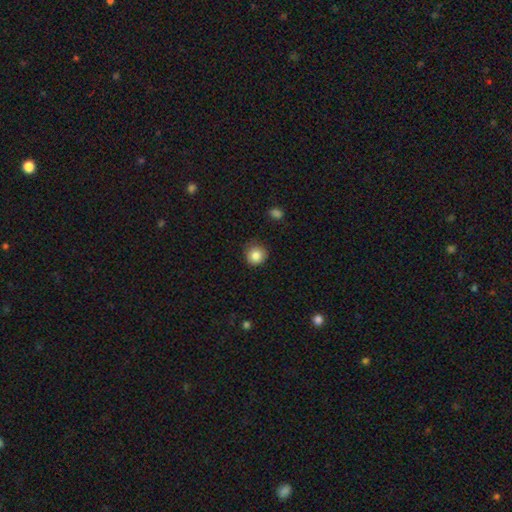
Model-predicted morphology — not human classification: Smooth or featured? smooth (85%)
How rounded? round (93%)
Merging? none (84%)